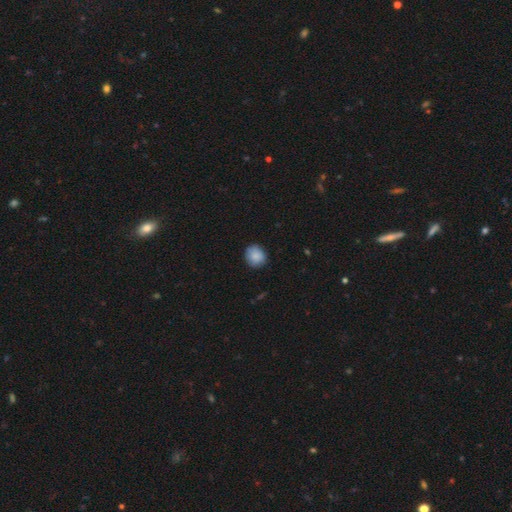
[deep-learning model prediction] Overall: smooth (87%). How rounded: round (82%). Merging: none (84%).